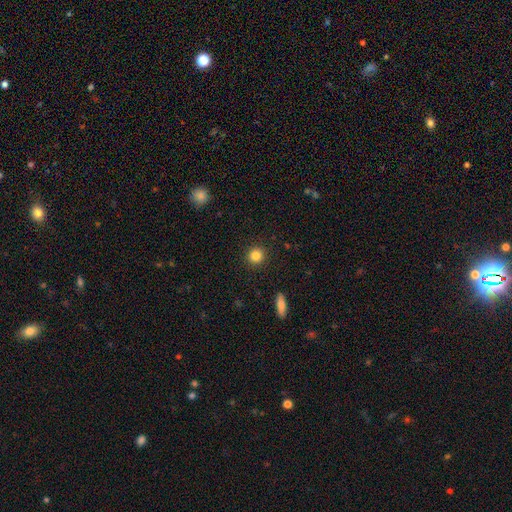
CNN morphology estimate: type=smooth (84%); roundness=round (93%); merging=none (92%).